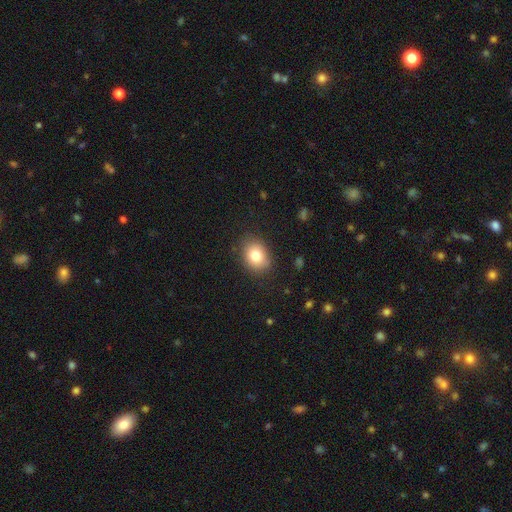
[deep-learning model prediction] Smooth or featured? Predicted: smooth (p=0.81). How rounded? Predicted: in between (p=0.55). Merging? Predicted: none (p=0.83).